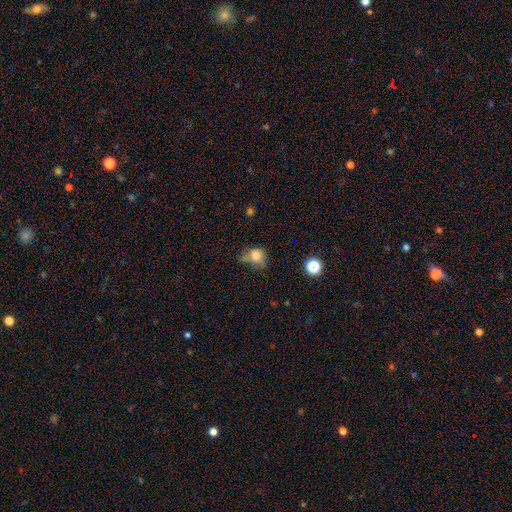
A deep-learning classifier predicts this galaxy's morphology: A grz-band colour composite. It shows a smooth galaxy with no disk features (77%) that is round (65%). Merging: none (47%).